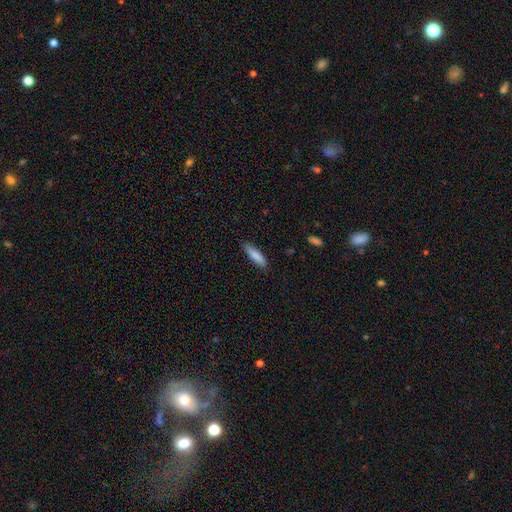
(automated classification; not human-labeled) A smooth galaxy with no disk features (85%) that is cigar-shaped (69%).

Vote fractions:
- Smooth or featured? smooth: 85% / featured or disk: 9% / star or artifact: 6%
- How rounded? cigar-shaped: 69% / in between: 30% / round: 1%
- Merging? none: 84% / minor disturbance: 12% / major disturbance: 2% / merger: 1%